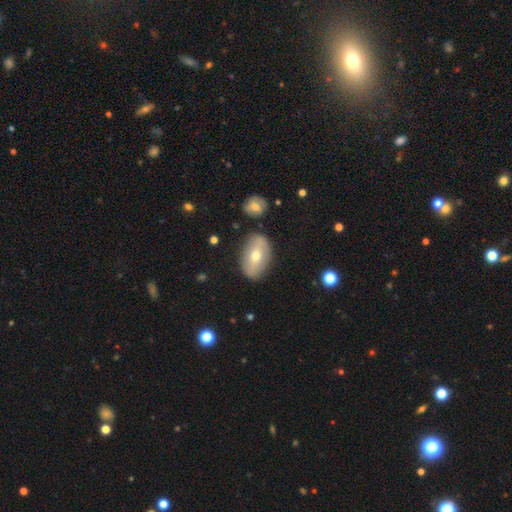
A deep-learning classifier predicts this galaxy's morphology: smooth 50%, featured or disk 43%, star or artifact 8%. Down the decision tree: merging — none (81%).